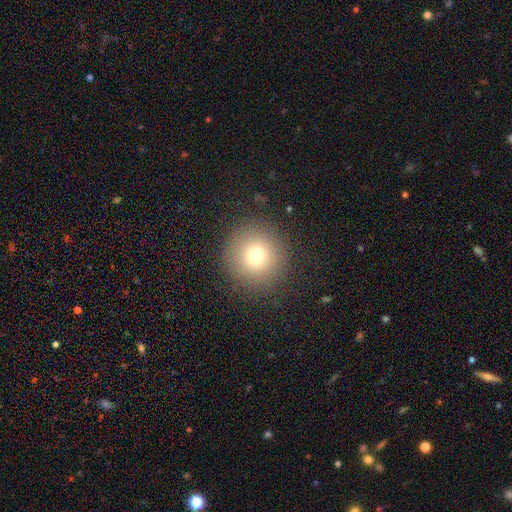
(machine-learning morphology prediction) This appears to be a smooth galaxy with no disk features (75%) that is round (95%). Merging: none (89%).